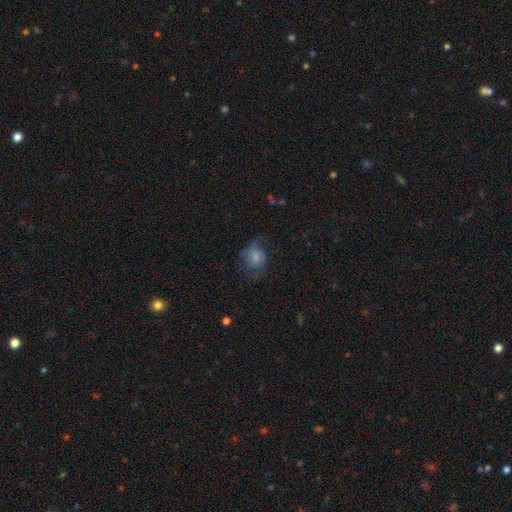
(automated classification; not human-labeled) smooth_or_featured: smooth (p=0.47) [alt: featured or disk p=0.38]
merging: none (p=0.56) [alt: minor disturbance p=0.24]